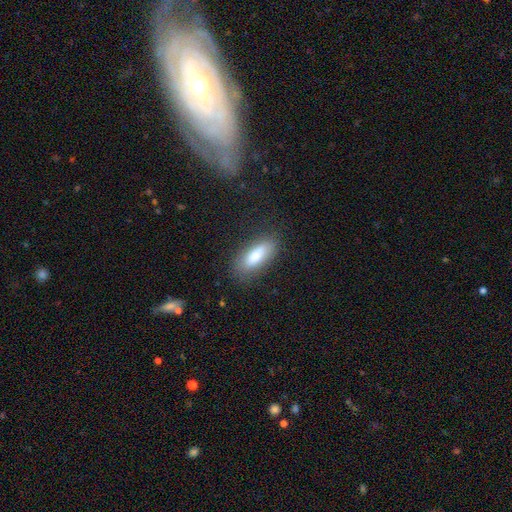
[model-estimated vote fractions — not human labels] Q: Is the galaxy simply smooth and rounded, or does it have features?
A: smooth — 81%.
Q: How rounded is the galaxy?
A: in between — 72%.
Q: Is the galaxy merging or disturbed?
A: none — 80%.